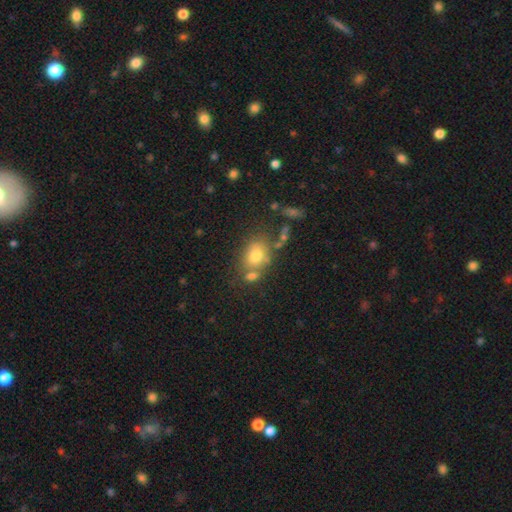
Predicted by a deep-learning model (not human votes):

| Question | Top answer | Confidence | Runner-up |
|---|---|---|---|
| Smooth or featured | smooth | 74% | featured or disk (13%) |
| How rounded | in between | 56% | round (43%) |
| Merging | none | 56% | merger (23%) |